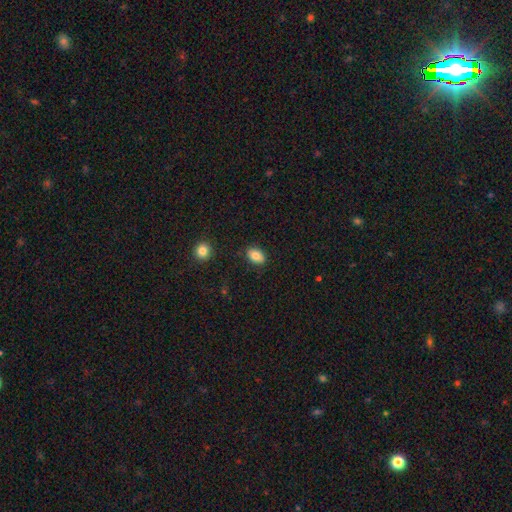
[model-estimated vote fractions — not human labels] Smooth or featured? Predicted: smooth (p=0.82). How rounded? Predicted: in between (p=0.82). Merging? Predicted: none (p=0.85).